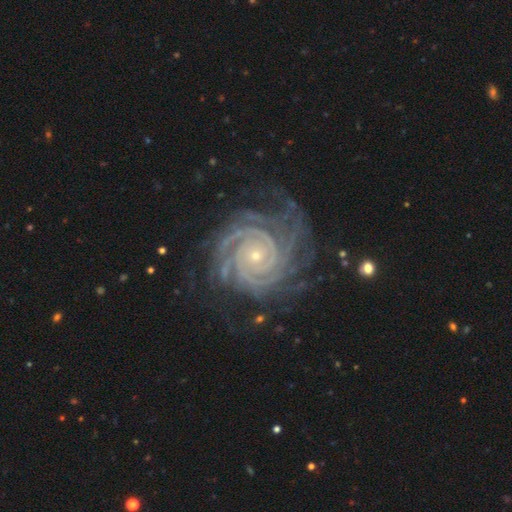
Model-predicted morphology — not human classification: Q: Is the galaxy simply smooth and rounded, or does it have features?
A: featured or disk — 92%.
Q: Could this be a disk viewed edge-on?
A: no — 98%.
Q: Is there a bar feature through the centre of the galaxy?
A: no — 77%.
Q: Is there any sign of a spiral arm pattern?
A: yes — 99%.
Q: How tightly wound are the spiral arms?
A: tight — 86%.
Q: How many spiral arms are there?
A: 4 — 26%.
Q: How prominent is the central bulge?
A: small — 81%.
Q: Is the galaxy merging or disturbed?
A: none — 72%.